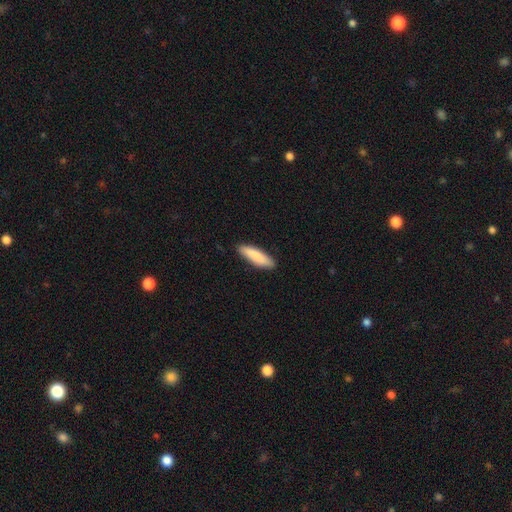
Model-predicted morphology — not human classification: The model was most divided on "how rounded": cigar-shaped: 67%, in between: 31%, round: 1%. More confident: merging — none (89%); smooth or featured — smooth (86%).